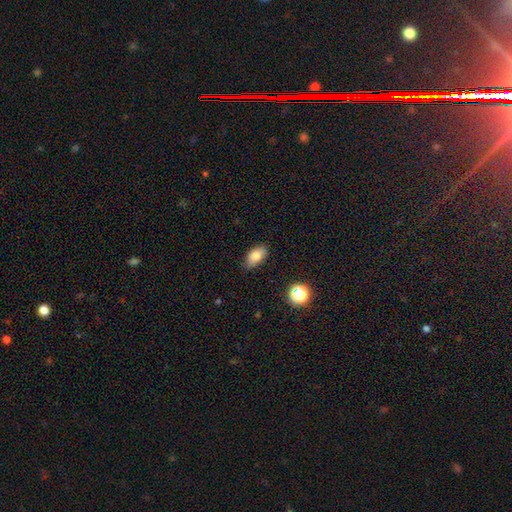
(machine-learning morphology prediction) This appears to be a smooth galaxy with no disk features (81%) that is in between round and cigar-shaped (90%). Merging: none (79%).